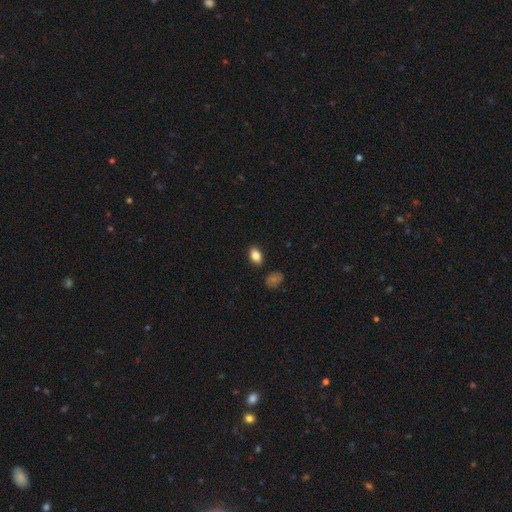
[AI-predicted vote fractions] Smooth or featured?
  - smooth: 84% *
  - star or artifact: 9%
  - featured or disk: 8%
How rounded?
  - in between: 86% *
  - round: 12%
  - cigar-shaped: 2%
Merging?
  - none: 87% *
  - minor disturbance: 9%
  - merger: 2%
  - major disturbance: 2%